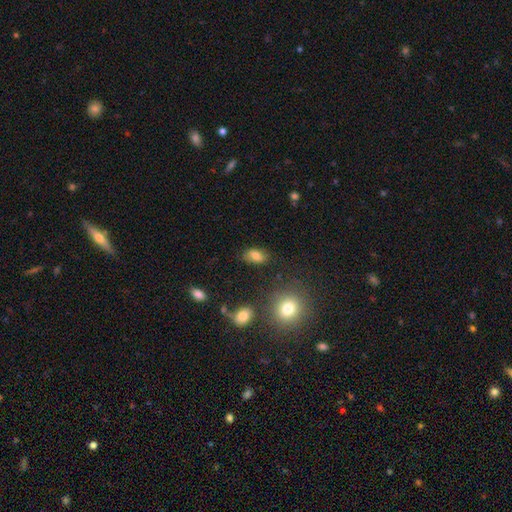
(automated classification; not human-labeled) Smooth or featured: smooth — 80% (star or artifact — 11%)
How rounded: in between — 88% (round — 10%)
Merging: none — 80% (minor disturbance — 13%)